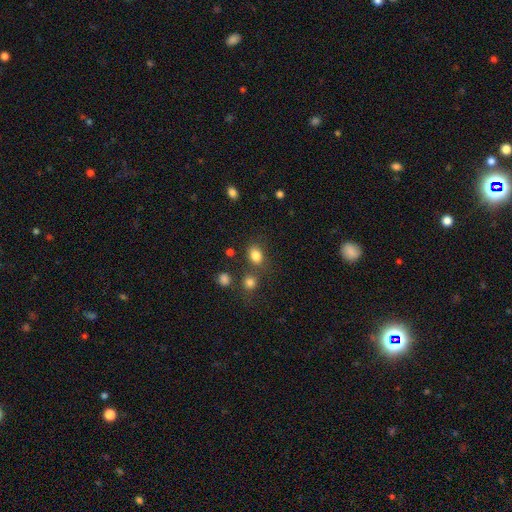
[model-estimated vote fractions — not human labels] The model was most divided on "how rounded": in between: 56%, round: 43%, cigar-shaped: 1%. More confident: smooth or featured — smooth (82%); merging — none (68%).